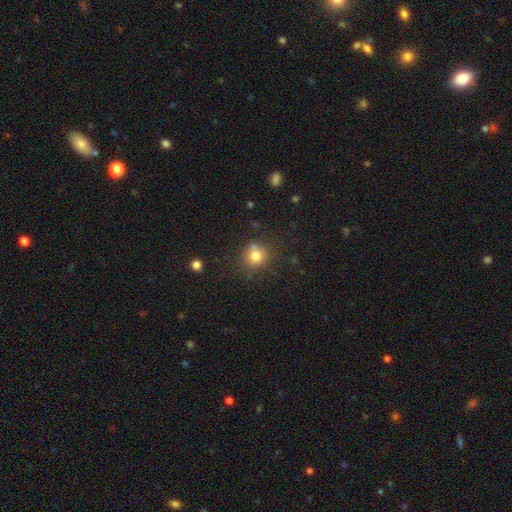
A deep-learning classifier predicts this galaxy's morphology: smooth_or_featured: smooth (p=0.77) [alt: star or artifact p=0.14]
how_rounded: round (p=0.89) [alt: in between p=0.10]
merging: none (p=0.71) [alt: minor disturbance p=0.13]